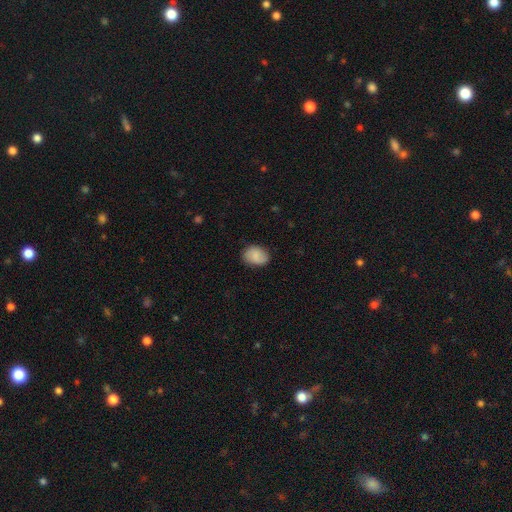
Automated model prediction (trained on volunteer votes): smooth-or-featured: smooth: 79% | featured or disk: 14% | star or artifact: 8%
  how-rounded: in between: 70% | round: 29% | cigar-shaped: 1%
  merging: none: 81% | minor disturbance: 15% | major disturbance: 3% | merger: 1%